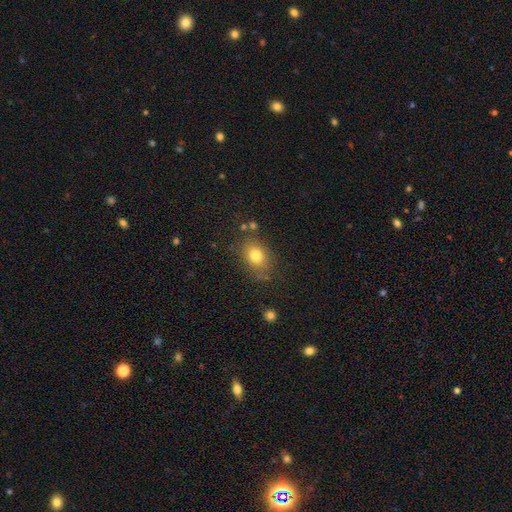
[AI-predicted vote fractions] Morphology: type=smooth (79%); roundness=in between (62%); merging=none (77%).